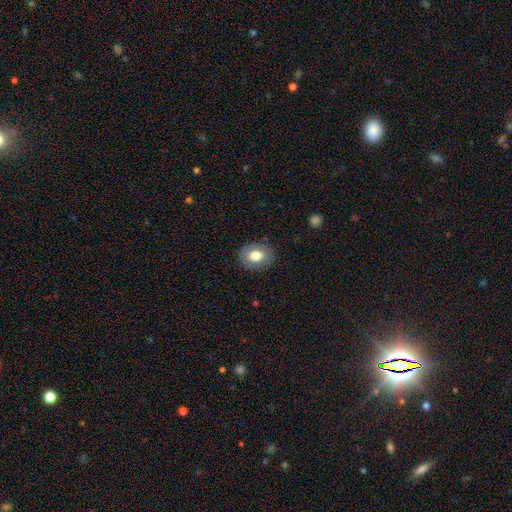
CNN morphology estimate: Q: Smooth or featured?
A: smooth (75%); runner-up: featured or disk (17%)
Q: How rounded?
A: in between (55%); runner-up: round (44%)
Q: Merging?
A: none (85%); runner-up: minor disturbance (11%)